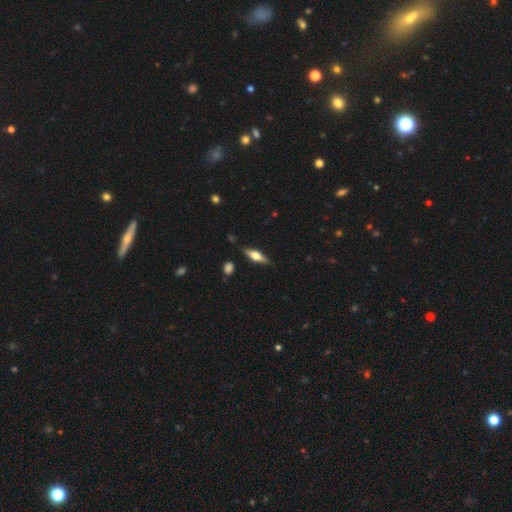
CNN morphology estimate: Smooth or featured? Predicted: featured or disk (p=0.51). Edge-on disk? Predicted: yes (p=0.93). Merging? Predicted: none (p=0.85).